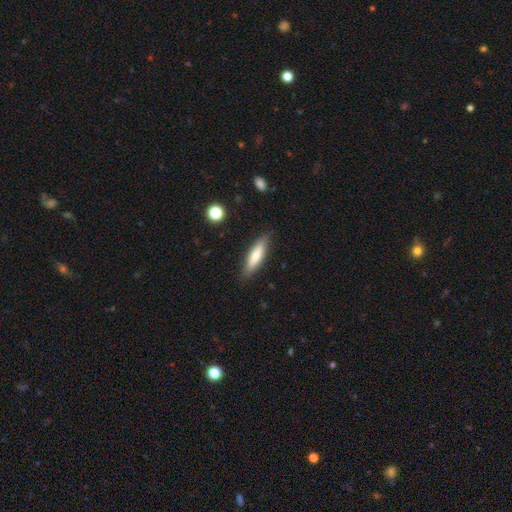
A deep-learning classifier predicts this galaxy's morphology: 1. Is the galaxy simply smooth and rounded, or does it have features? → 70% smooth, 23% featured or disk, 6% star or artifact.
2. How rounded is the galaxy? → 69% cigar-shaped, 29% in between, 2% round.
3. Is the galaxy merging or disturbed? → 85% none, 11% minor disturbance, 2% major disturbance, 1% merger.